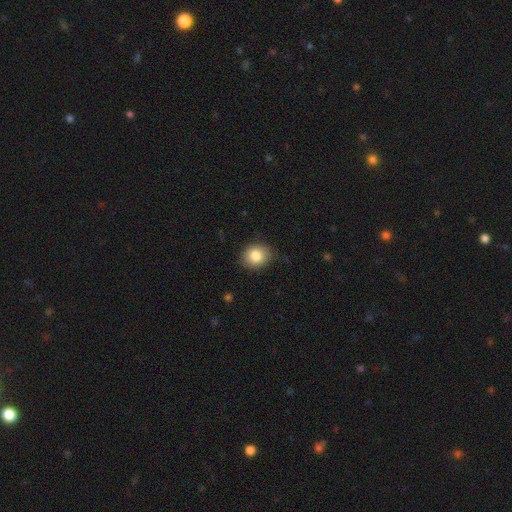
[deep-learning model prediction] This appears to be a smooth galaxy with no disk features (83%) that is round (65%). Merging: none (82%).